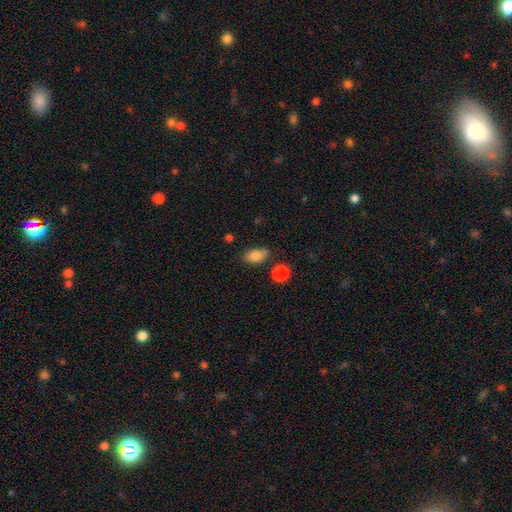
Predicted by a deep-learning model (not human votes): Q: Smooth or featured?
A: smooth (84%); runner-up: star or artifact (9%)
Q: How rounded?
A: in between (85%); runner-up: round (13%)
Q: Merging?
A: none (69%); runner-up: minor disturbance (22%)